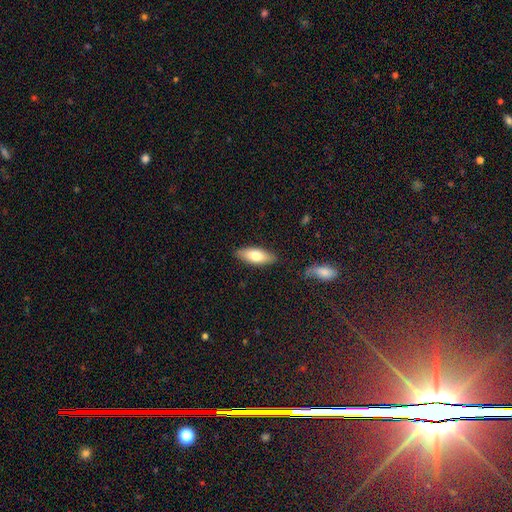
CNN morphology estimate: type=smooth (72%); roundness=in between (72%); merging=none (86%).